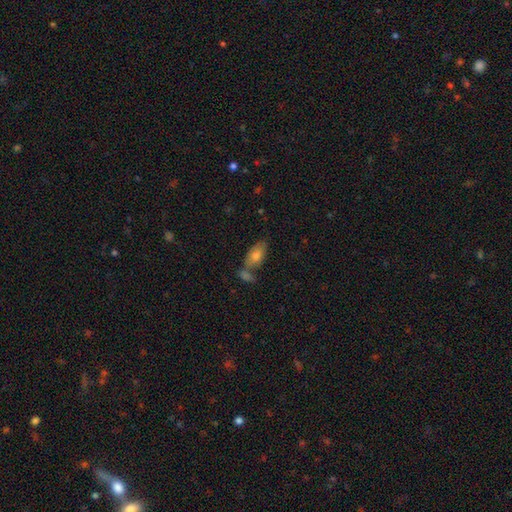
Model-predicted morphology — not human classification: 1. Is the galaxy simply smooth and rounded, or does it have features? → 71% smooth, 20% featured or disk, 9% star or artifact.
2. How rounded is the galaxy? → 89% in between, 6% cigar-shaped, 5% round.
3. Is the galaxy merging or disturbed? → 53% none, 28% merger, 14% minor disturbance, 5% major disturbance.